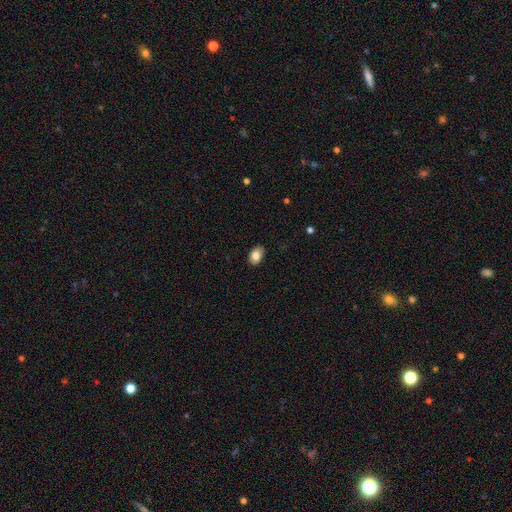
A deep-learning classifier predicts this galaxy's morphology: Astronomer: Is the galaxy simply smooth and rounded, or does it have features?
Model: smooth — 85%.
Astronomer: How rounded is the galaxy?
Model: in between — 86%.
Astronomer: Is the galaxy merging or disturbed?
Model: none — 87%.